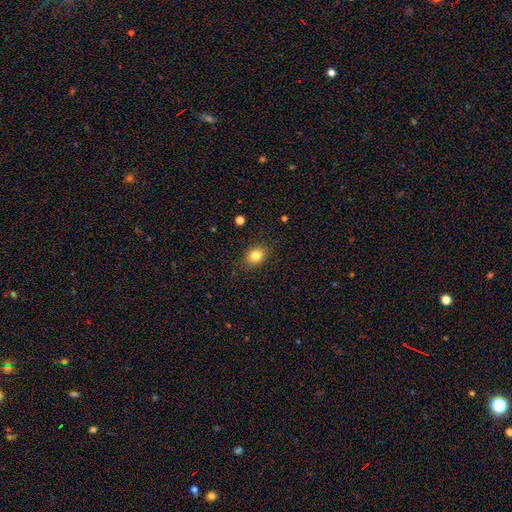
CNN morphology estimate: Smooth or featured?
  - smooth: 82% *
  - star or artifact: 11%
  - featured or disk: 7%
How rounded?
  - in between: 58% *
  - round: 40%
  - cigar-shaped: 1%
Merging?
  - none: 86% *
  - minor disturbance: 10%
  - major disturbance: 3%
  - merger: 1%